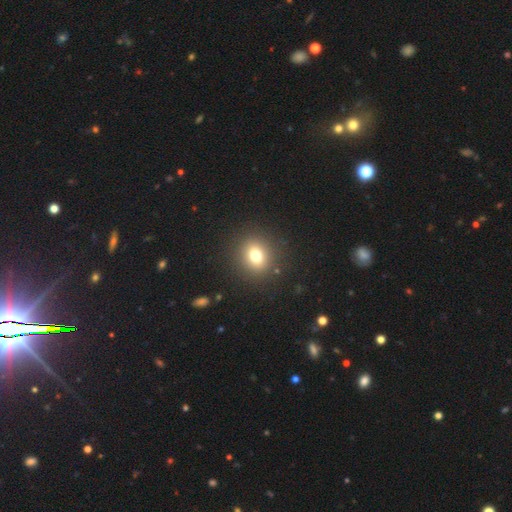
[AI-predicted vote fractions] smooth-or-featured: smooth: 76% | star or artifact: 14% | featured or disk: 10%
  how-rounded: round: 72% | in between: 27% | cigar-shaped: 1%
  merging: none: 89% | minor disturbance: 7% | major disturbance: 3% | merger: 2%